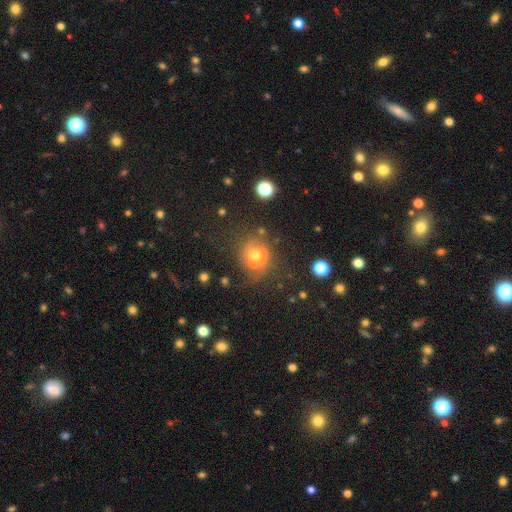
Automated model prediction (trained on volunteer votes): The model was most divided on "smooth or featured": featured or disk: 47%, smooth: 39%, star or artifact: 15%. More confident: merging — none (56%).